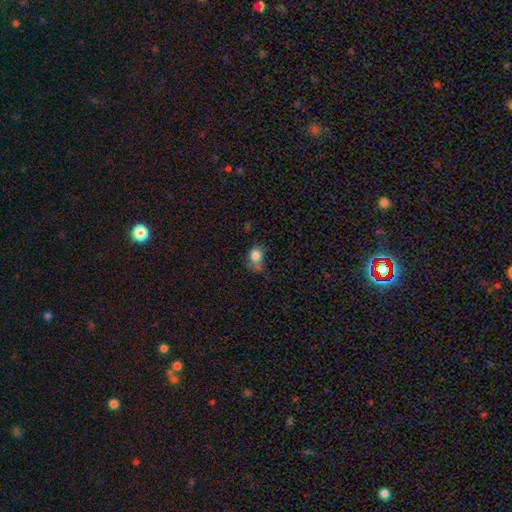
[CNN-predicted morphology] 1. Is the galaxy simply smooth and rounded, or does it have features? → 81% smooth, 11% star or artifact, 9% featured or disk.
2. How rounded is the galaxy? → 50% in between, 49% round, 1% cigar-shaped.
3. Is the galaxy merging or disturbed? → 36% minor disturbance, 34% none, 21% major disturbance, 9% merger.